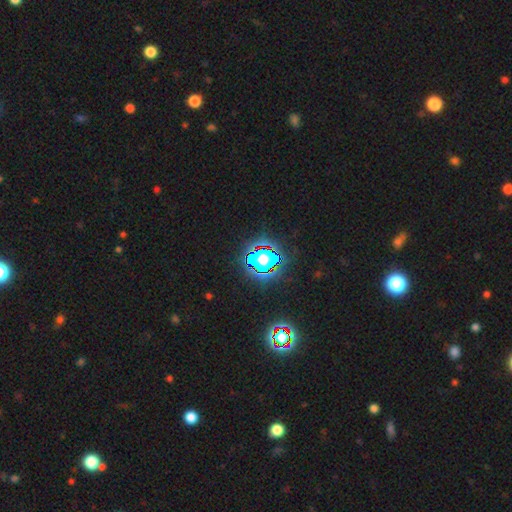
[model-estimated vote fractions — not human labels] star or artifact 82%, smooth 11%, featured or disk 7%.